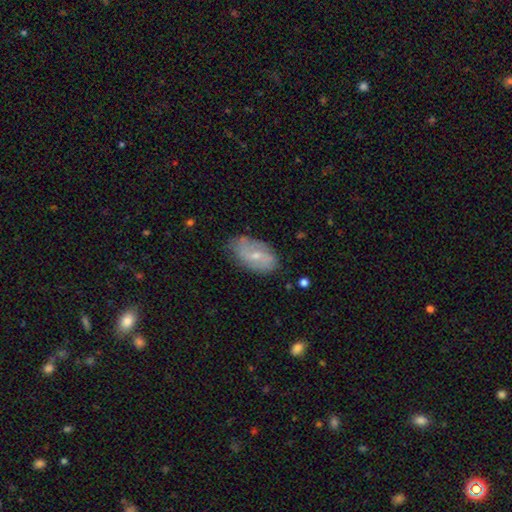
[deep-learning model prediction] smooth_or_featured: featured or disk (p=0.53) [alt: smooth p=0.40]
disk_edge_on: no (p=0.94) [alt: yes p=0.06]
merging: none (p=0.69) [alt: minor disturbance p=0.24]